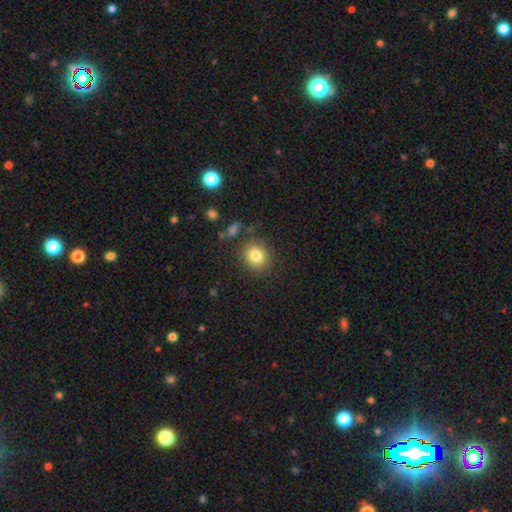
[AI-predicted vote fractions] A smooth galaxy with no disk features (82%) that is round (81%).

Vote fractions:
- Smooth or featured? smooth: 82% / star or artifact: 10% / featured or disk: 8%
- How rounded? round: 81% / in between: 18% / cigar-shaped: 1%
- Merging? none: 85% / minor disturbance: 9% / major disturbance: 3% / merger: 3%